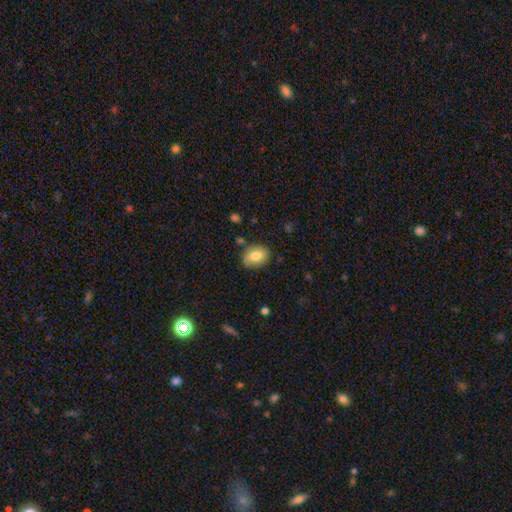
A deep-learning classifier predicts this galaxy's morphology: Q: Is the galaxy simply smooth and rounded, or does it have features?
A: smooth — 78%.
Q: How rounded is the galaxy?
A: in between — 74%.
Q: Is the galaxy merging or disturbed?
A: none — 76%.